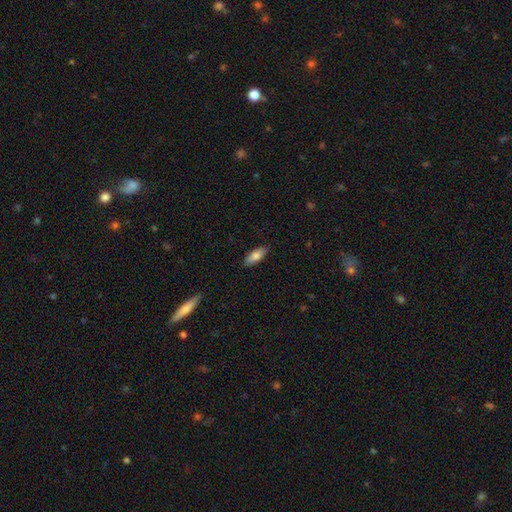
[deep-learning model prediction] Morphology: type=smooth (79%); roundness=in between (72%); merging=none (87%).